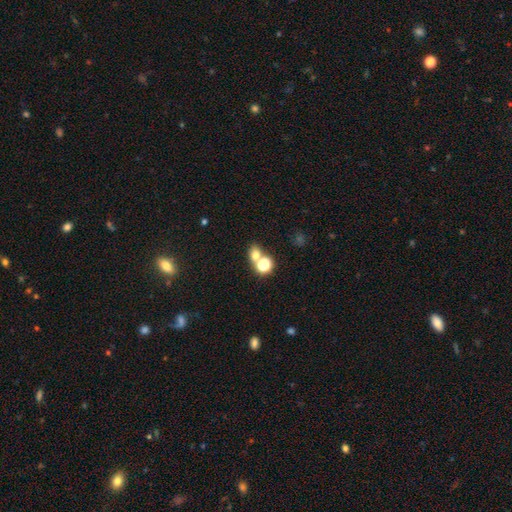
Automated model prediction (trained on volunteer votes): This is likely a smooth galaxy (66%). How rounded: possibly round (57%). Merging: possibly none (52%).